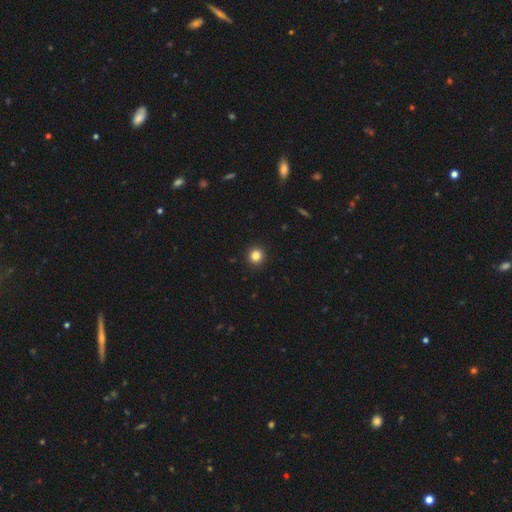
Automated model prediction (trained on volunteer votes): Smooth or featured: smooth — 84% (star or artifact — 12%)
How rounded: round — 94% (in between — 5%)
Merging: none — 93% (minor disturbance — 4%)